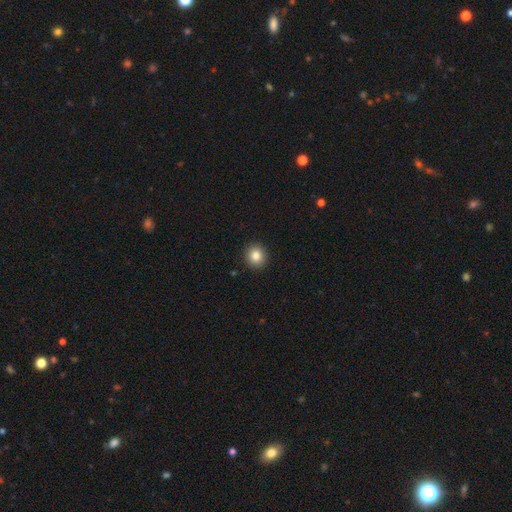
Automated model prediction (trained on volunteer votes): The model was most divided on "smooth or featured": smooth: 84%, star or artifact: 10%, featured or disk: 6%. More confident: merging — none (92%); how rounded — round (89%).